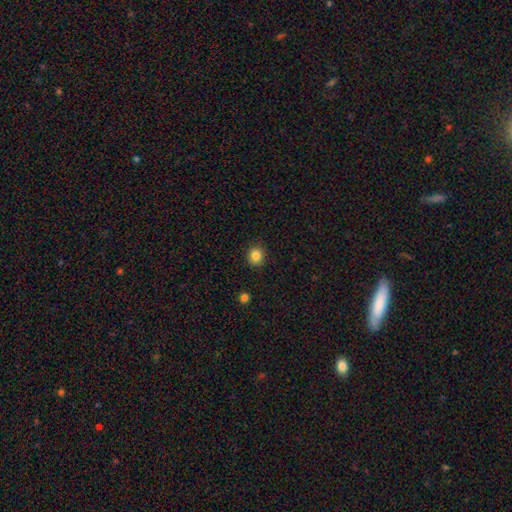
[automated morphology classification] Q: Smooth or featured?
A: smooth (84%); runner-up: star or artifact (11%)
Q: How rounded?
A: round (82%); runner-up: in between (17%)
Q: Merging?
A: none (91%); runner-up: minor disturbance (6%)